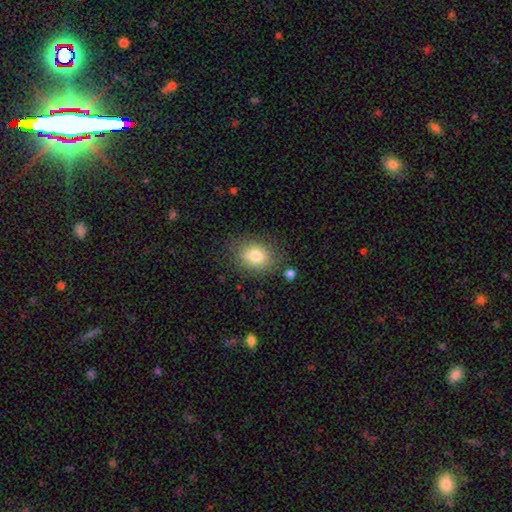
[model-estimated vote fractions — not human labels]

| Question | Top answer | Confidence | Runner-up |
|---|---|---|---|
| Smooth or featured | smooth | 79% | featured or disk (12%) |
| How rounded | in between | 53% | round (46%) |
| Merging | none | 77% | minor disturbance (15%) |